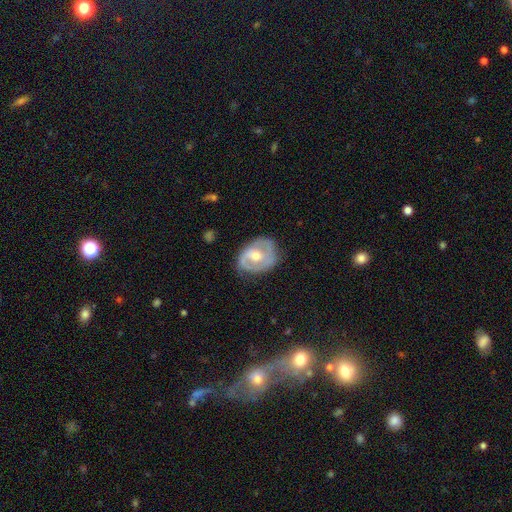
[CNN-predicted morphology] This appears to be a featured or disk galaxy (72%) with no bar (46%), 2 (67%) medium (42%) spiral arms (76%) and a moderate central bulge (65%). Merging: none (68%).